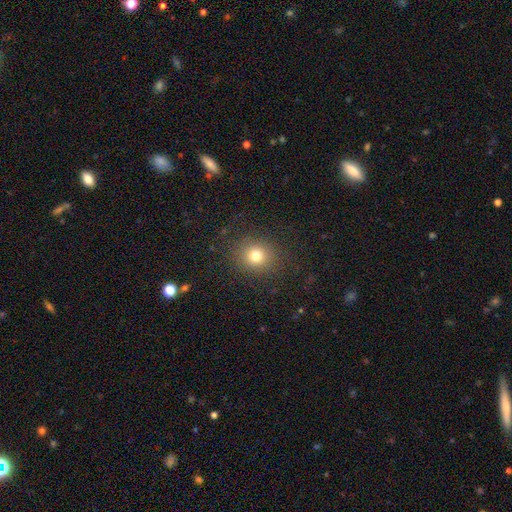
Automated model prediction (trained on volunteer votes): A smooth galaxy with no disk features (78%) that is round (81%).

Vote fractions:
- Smooth or featured? smooth: 78% / star or artifact: 15% / featured or disk: 8%
- How rounded? round: 81% / in between: 18% / cigar-shaped: 1%
- Merging? none: 86% / minor disturbance: 8% / major disturbance: 4% / merger: 1%